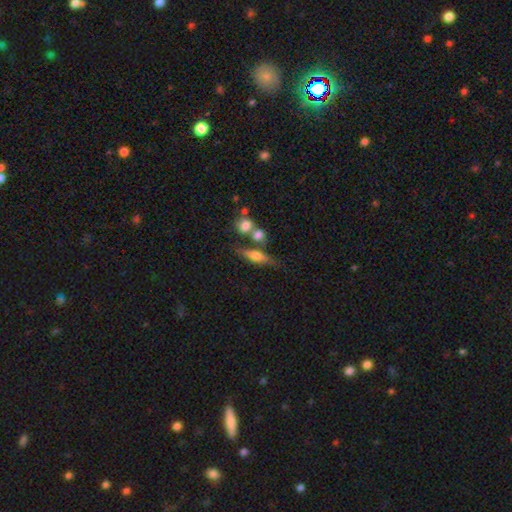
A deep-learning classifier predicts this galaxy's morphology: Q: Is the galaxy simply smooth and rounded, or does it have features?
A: featured or disk — 46%.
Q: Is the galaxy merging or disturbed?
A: none — 55%.